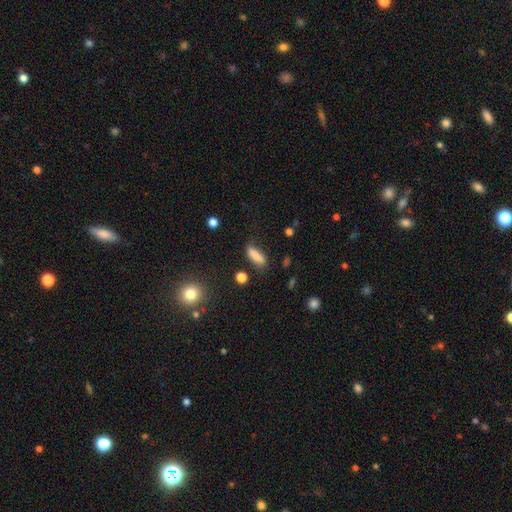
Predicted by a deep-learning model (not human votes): Smooth or featured? Predicted: smooth (p=0.81). How rounded? Predicted: in between (p=0.51). Merging? Predicted: none (p=0.71).